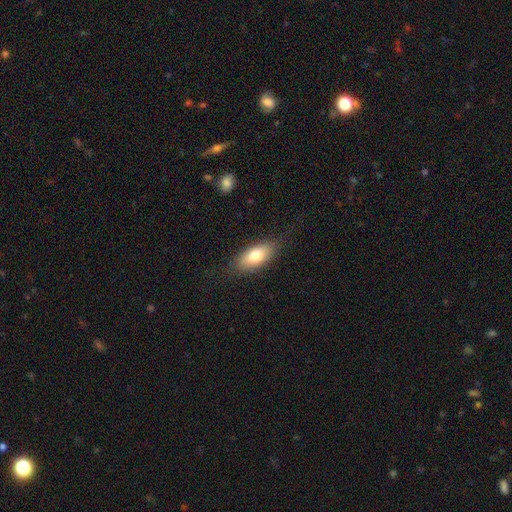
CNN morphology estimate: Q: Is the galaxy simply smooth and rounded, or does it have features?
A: smooth — 76%.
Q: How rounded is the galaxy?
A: in between — 84%.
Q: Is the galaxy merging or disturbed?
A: none — 82%.